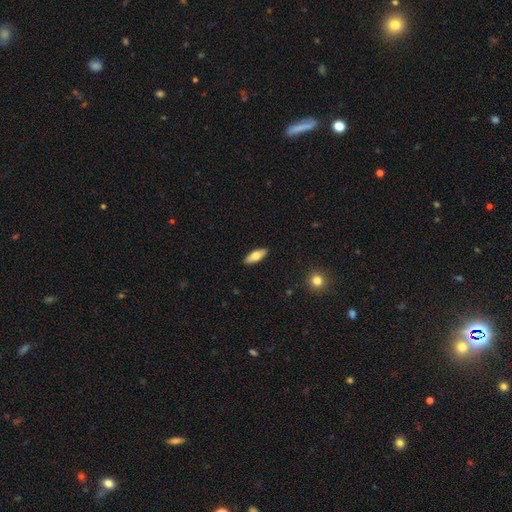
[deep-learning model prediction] Overall: smooth (67%). How rounded: in between (67%; cigar-shaped 30%). Merging: none (90%).